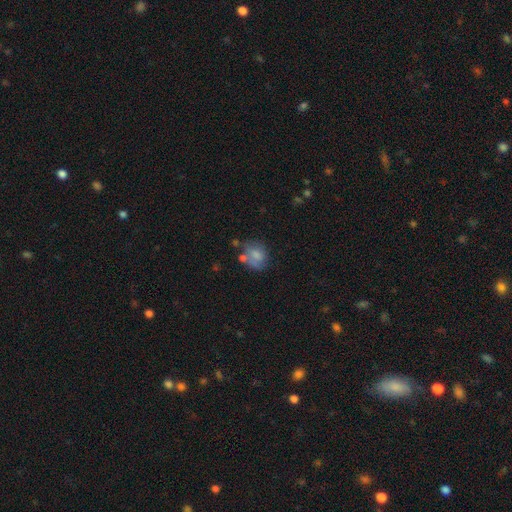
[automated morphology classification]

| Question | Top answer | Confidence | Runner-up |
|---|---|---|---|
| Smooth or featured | smooth | 63% | featured or disk (26%) |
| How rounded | in between | 50% | round (49%) |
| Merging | none | 39% | minor disturbance (26%) |